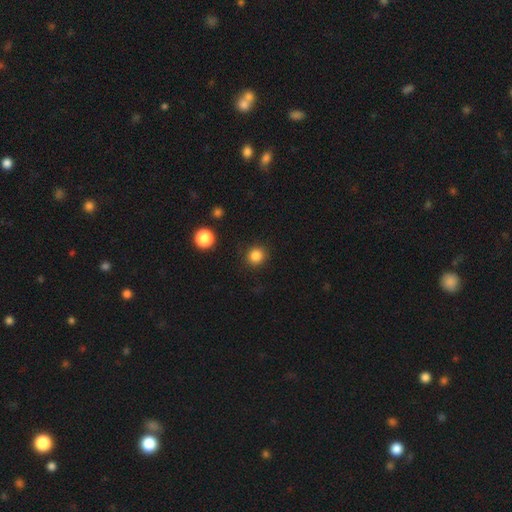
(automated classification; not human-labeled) Overall: smooth (84%). How rounded: round (91%). Merging: none (90%).